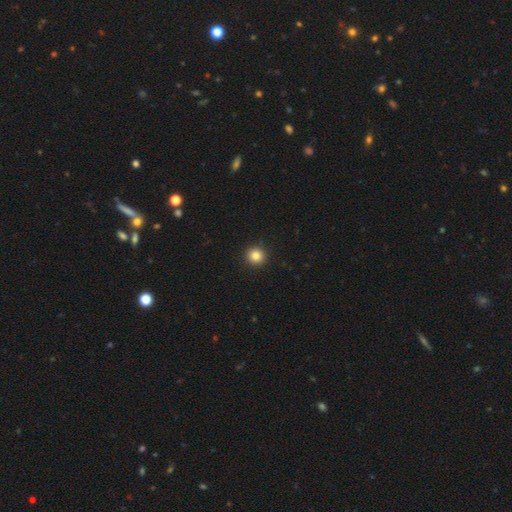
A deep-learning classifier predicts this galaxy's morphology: The model was most divided on "smooth or featured": smooth: 83%, star or artifact: 11%, featured or disk: 5%. More confident: how rounded — round (94%); merging — none (93%).